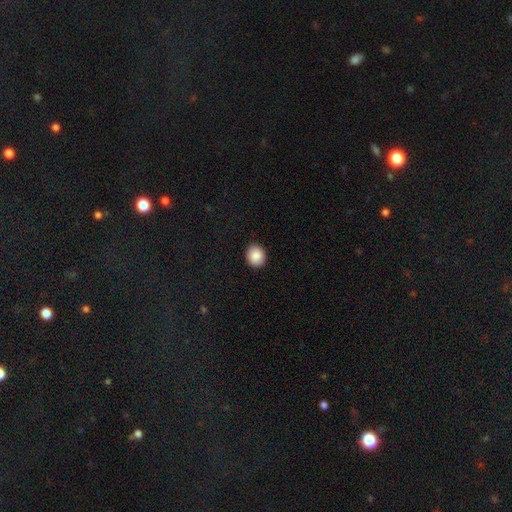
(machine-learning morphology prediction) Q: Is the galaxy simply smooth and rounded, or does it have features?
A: smooth — 88%.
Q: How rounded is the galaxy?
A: round — 65%.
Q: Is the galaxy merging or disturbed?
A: none — 89%.